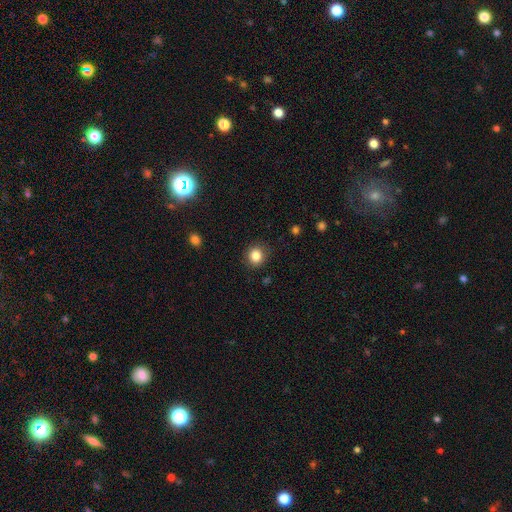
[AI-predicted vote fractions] Smooth or featured? smooth (85%)
How rounded? round (86%)
Merging? none (86%)